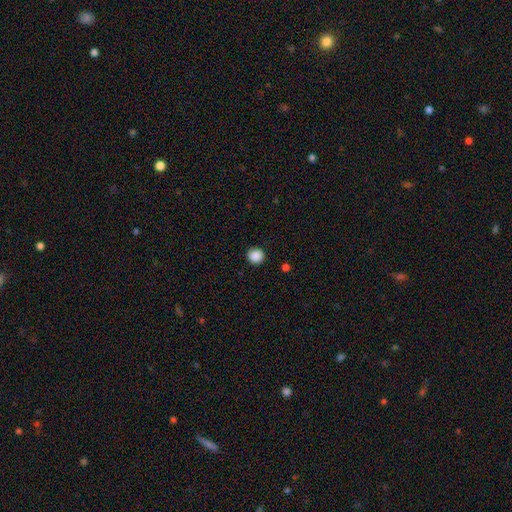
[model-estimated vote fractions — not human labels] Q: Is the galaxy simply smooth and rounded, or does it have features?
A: smooth — 88%.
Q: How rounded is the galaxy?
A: round — 90%.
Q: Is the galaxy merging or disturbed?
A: none — 91%.